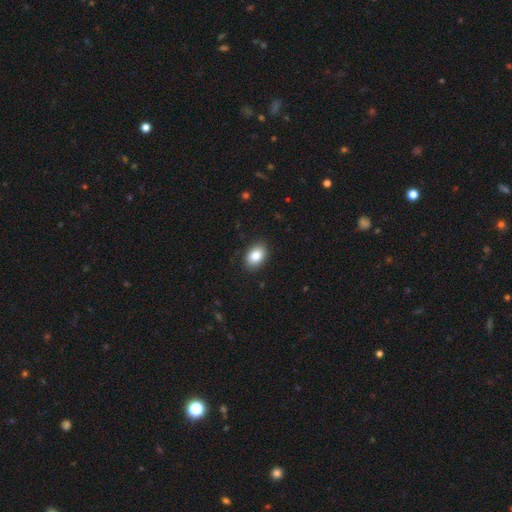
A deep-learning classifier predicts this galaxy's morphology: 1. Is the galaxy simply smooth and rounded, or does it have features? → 86% smooth, 7% star or artifact, 7% featured or disk.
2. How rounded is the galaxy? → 85% in between, 14% round, 1% cigar-shaped.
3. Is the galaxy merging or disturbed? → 89% none, 8% minor disturbance, 2% major disturbance, 1% merger.